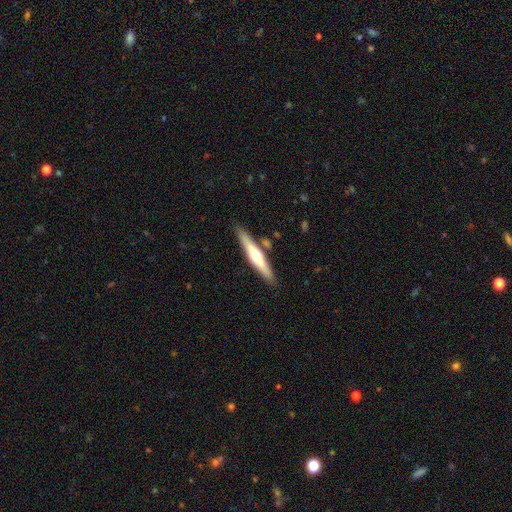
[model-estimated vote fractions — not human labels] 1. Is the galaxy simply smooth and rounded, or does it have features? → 53% featured or disk, 42% smooth, 5% star or artifact.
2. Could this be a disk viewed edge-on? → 93% yes, 7% no.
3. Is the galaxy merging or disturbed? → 83% none, 10% minor disturbance, 5% merger, 2% major disturbance.